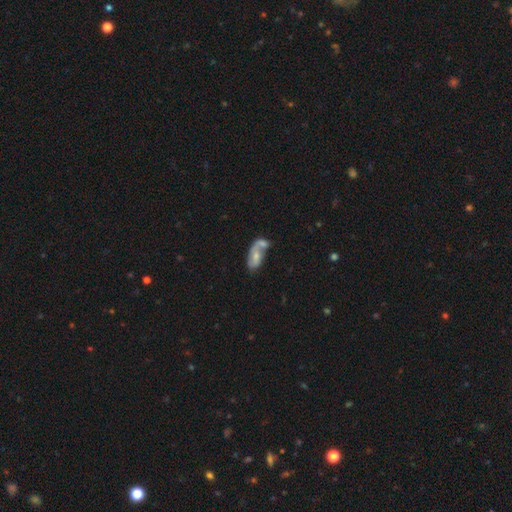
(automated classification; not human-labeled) Smooth or featured?
  - smooth: 47% *
  - featured or disk: 46%
  - star or artifact: 7%
Merging?
  - merger: 56% *
  - none: 21%
  - minor disturbance: 12%
  - major disturbance: 11%